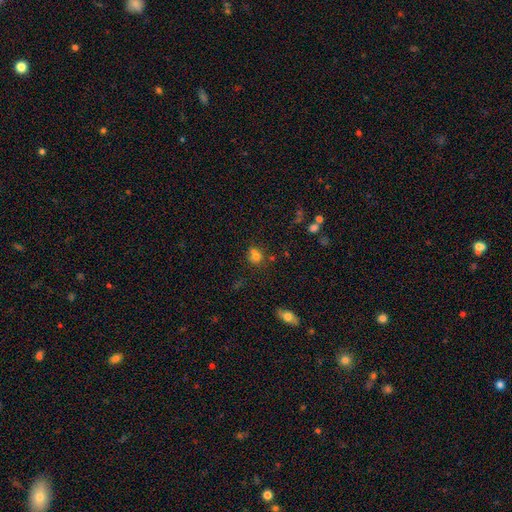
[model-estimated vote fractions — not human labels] A smooth galaxy with no disk features (69%) that is round (75%). Merging: none (46%).